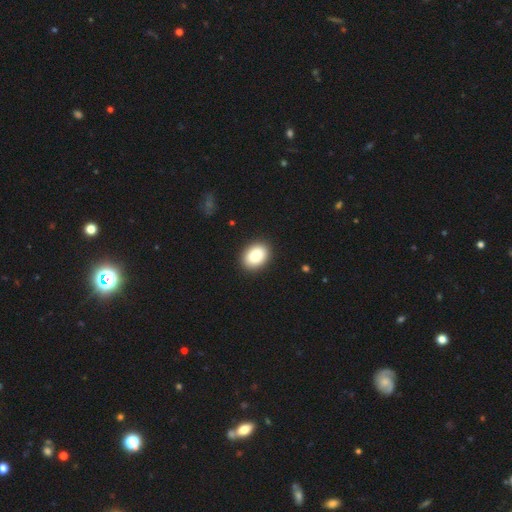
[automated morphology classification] This appears to be a smooth galaxy with no disk features (85%) that is in between round and cigar-shaped (74%). Merging: none (91%).